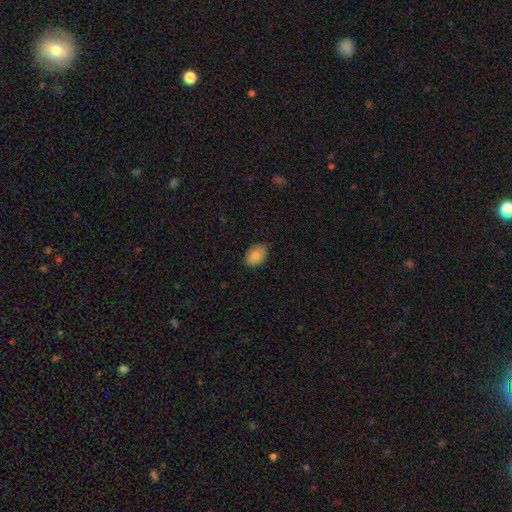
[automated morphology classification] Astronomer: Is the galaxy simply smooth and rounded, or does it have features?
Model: smooth — 86%.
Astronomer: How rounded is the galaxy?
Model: in between — 83%.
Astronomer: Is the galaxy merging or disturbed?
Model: none — 84%.